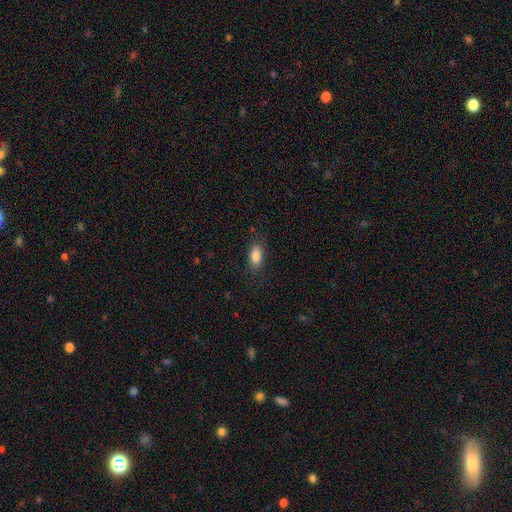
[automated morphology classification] smooth_or_featured: smooth (p=0.86) [alt: star or artifact p=0.08]
how_rounded: in between (p=0.89) [alt: cigar-shaped p=0.06]
merging: none (p=0.83) [alt: minor disturbance p=0.12]